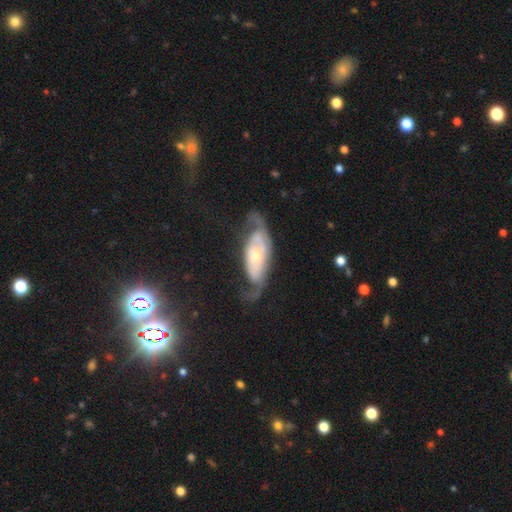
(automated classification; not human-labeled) smooth-or-featured: featured or disk: 74% | smooth: 20% | star or artifact: 7%
  disk-edge-on: no: 87% | yes: 13%
    bar: no: 72% | weak: 20% | strong: 7%
    has-spiral-arms: yes: 81% | no: 19%
      spiral-winding: medium: 36% | tight: 35% | loose: 29%
      spiral-arm-count: 2: 63% | can't tell: 22% | 1: 10% | 3: 2% | 4: 1% | more than 4: 1%
    bulge-size: small: 51% | moderate: 42% | large: 4% | none: 2% | dominant: 1%
  merging: none: 49% | major disturbance: 26% | minor disturbance: 23% | merger: 3%